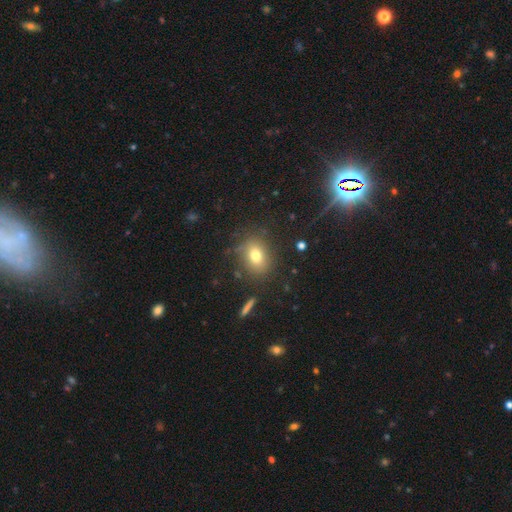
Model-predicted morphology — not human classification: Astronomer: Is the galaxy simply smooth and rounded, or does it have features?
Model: smooth — 76%.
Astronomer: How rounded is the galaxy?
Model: in between — 58% (runner-up: round, 41%).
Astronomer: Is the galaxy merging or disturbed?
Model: none — 80%.